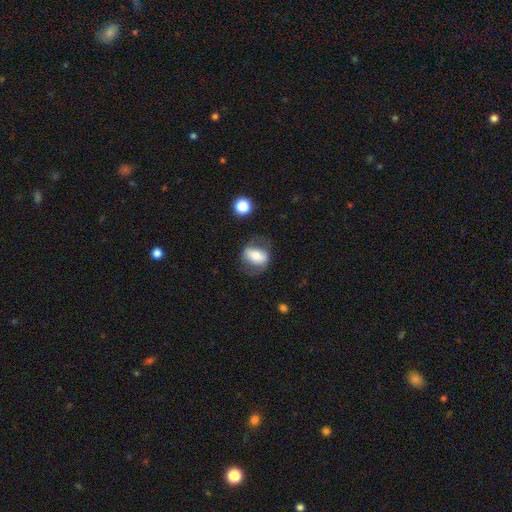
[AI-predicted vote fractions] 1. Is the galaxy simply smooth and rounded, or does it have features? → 53% smooth, 39% featured or disk, 8% star or artifact.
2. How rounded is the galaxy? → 71% in between, 25% round, 4% cigar-shaped.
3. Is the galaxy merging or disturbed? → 65% none, 20% minor disturbance, 13% major disturbance, 2% merger.